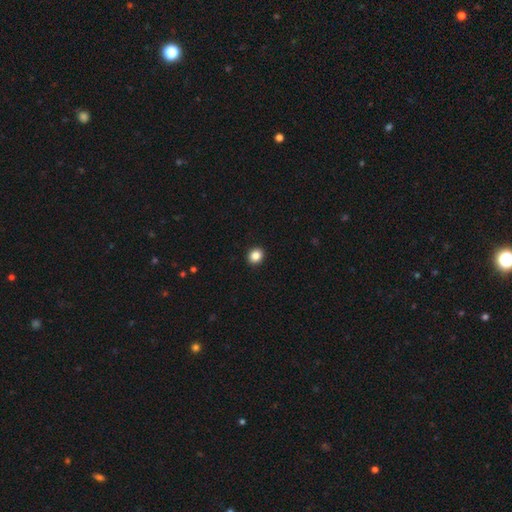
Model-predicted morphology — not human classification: A smooth galaxy with no disk features (86%) that is round (73%).

Vote fractions:
- Smooth or featured? smooth: 86% / star or artifact: 10% / featured or disk: 4%
- How rounded? round: 73% / in between: 26% / cigar-shaped: 1%
- Merging? none: 93% / minor disturbance: 5% / major disturbance: 2% / merger: 1%